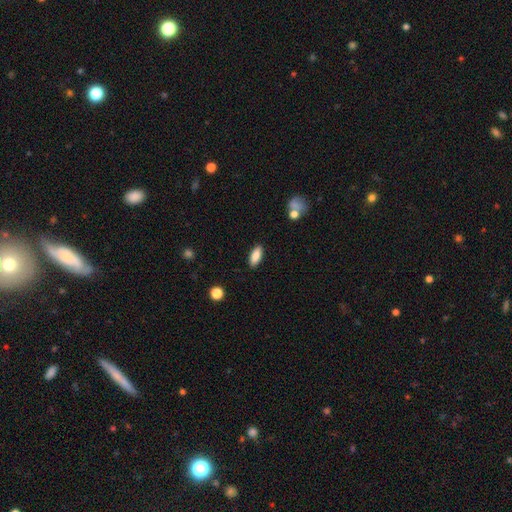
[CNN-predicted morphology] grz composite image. It shows a smooth galaxy with no disk features (86%) that is in between round and cigar-shaped (76%). Merging: none (87%).